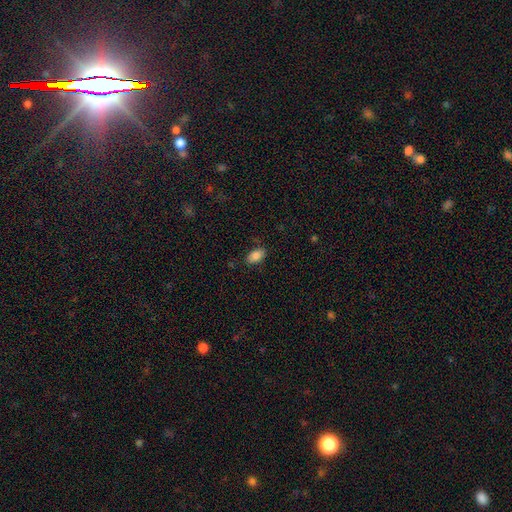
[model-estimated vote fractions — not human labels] This appears to be a smooth galaxy with no disk features (87%) that is in between round and cigar-shaped (92%). Merging: none (81%).